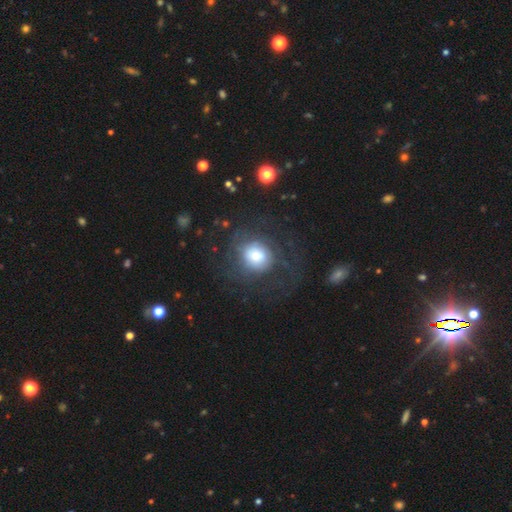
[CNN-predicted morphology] The model was most divided on "smooth or featured": featured or disk: 47%, smooth: 41%, star or artifact: 12%. More confident: merging — none (62%).